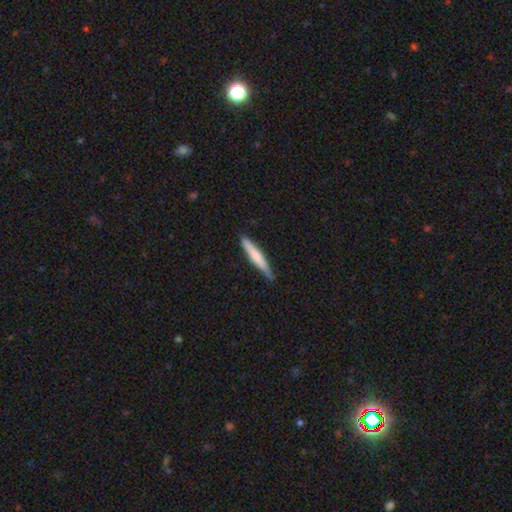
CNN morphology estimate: This is likely a smooth galaxy (61%). How rounded: clearly cigar-shaped (94%). Merging: clearly none (82%).